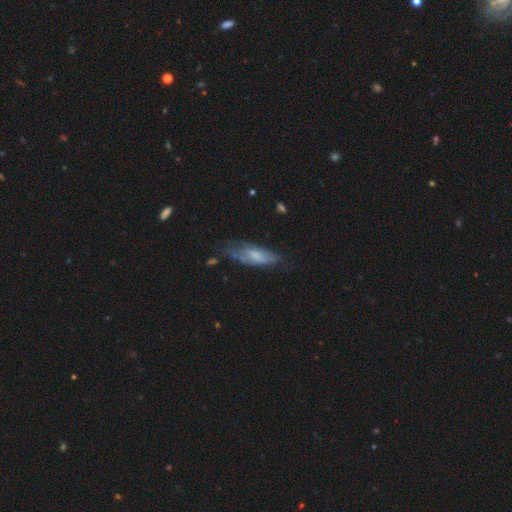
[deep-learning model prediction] Smooth or featured?
  - smooth: 56% *
  - featured or disk: 36%
  - star or artifact: 8%
How rounded?
  - in between: 62% *
  - cigar-shaped: 36%
  - round: 2%
Merging?
  - none: 48% *
  - minor disturbance: 33%
  - major disturbance: 16%
  - merger: 3%